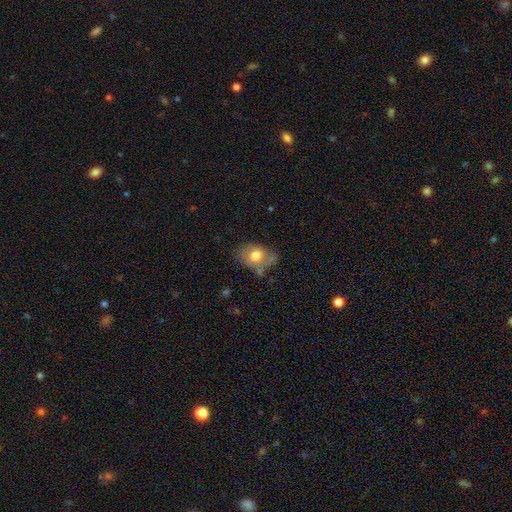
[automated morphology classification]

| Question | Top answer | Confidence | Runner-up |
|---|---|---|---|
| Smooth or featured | smooth | 66% | featured or disk (25%) |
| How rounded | in between | 77% | round (22%) |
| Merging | none | 42% | minor disturbance (36%) |